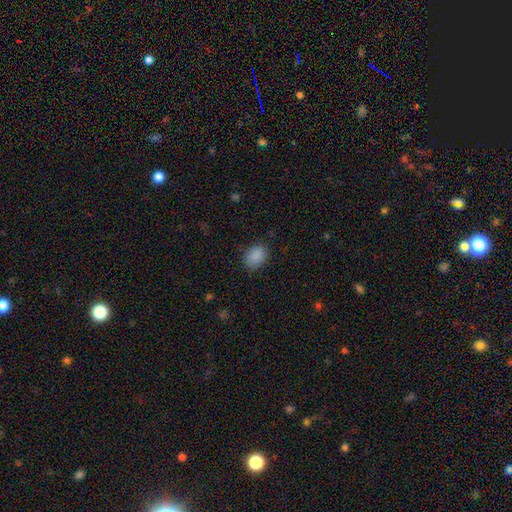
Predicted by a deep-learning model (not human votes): Smooth or featured? smooth (88%)
How rounded? in between (67%)
Merging? none (83%)